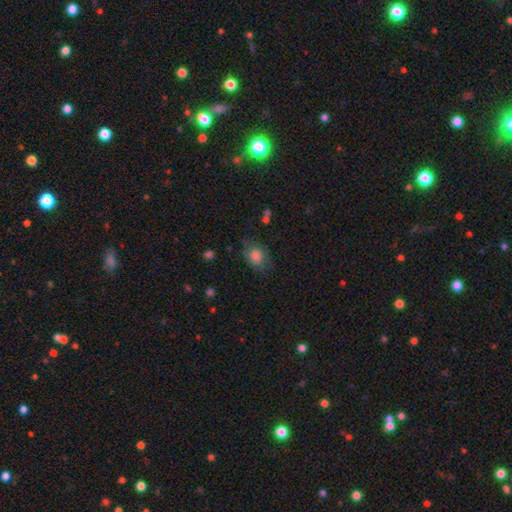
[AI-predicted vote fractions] Smooth or featured? smooth (79%)
How rounded? in between (62%)
Merging? none (64%)